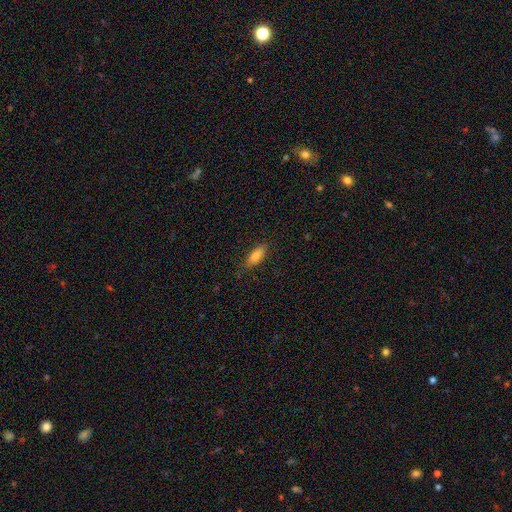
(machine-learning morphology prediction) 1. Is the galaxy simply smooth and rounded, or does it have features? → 78% smooth, 14% featured or disk, 7% star or artifact.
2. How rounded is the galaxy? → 66% in between, 32% cigar-shaped, 2% round.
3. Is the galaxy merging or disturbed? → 82% none, 14% minor disturbance, 3% major disturbance, 1% merger.